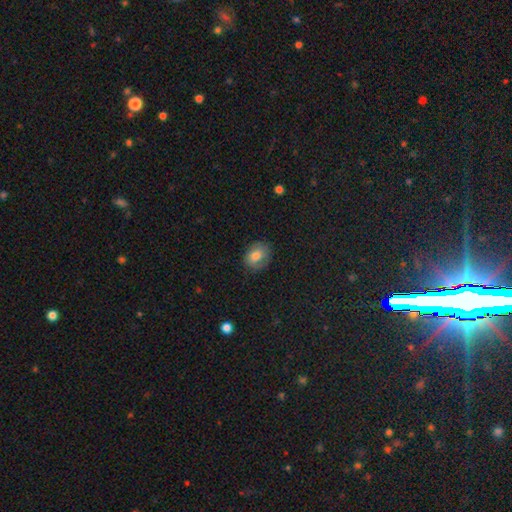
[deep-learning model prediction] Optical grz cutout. It shows a smooth galaxy with no disk features (74%) that is in between round and cigar-shaped (58%). Merging: none (78%).